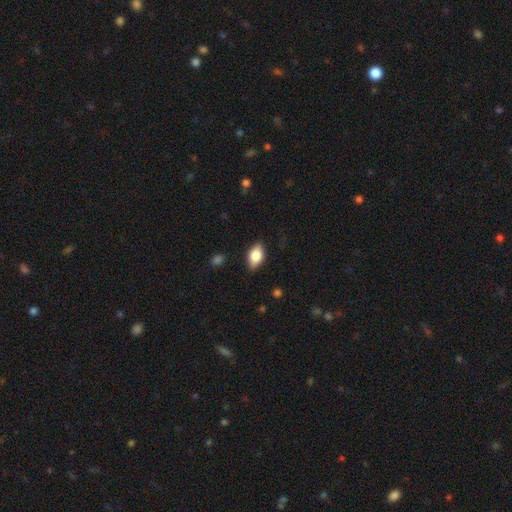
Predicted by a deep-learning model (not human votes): smooth 79%, featured or disk 14%, star or artifact 7%. Down the decision tree: how rounded — in between (89%); merging — none (84%).